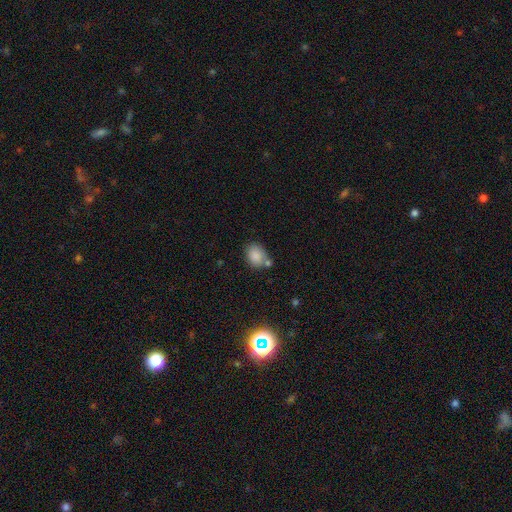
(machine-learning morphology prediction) Q: Smooth or featured?
A: smooth (84%); runner-up: star or artifact (9%)
Q: How rounded?
A: in between (60%); runner-up: round (38%)
Q: Merging?
A: none (59%); runner-up: merger (20%)